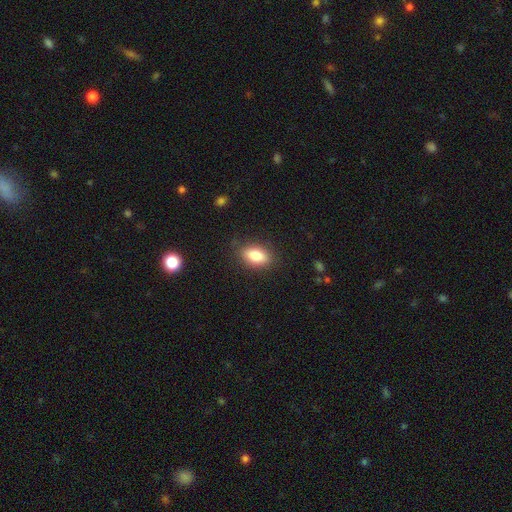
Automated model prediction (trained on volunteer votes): Smooth or featured? Predicted: smooth (p=0.82). How rounded? Predicted: in between (p=0.87). Merging? Predicted: none (p=0.85).